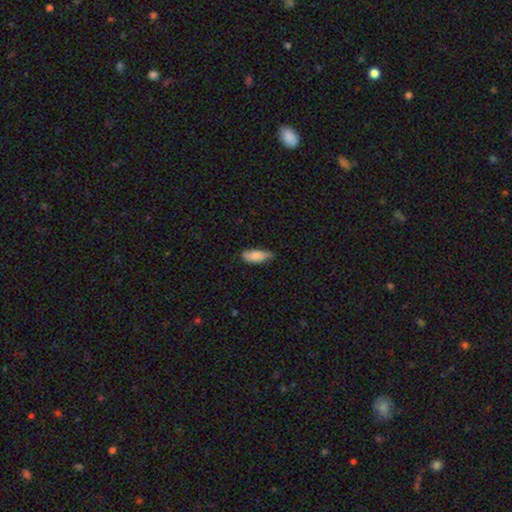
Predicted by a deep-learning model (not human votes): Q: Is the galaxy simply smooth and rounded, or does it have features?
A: smooth — 83%.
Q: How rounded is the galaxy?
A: in between — 82%.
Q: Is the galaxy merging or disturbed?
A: none — 59%.